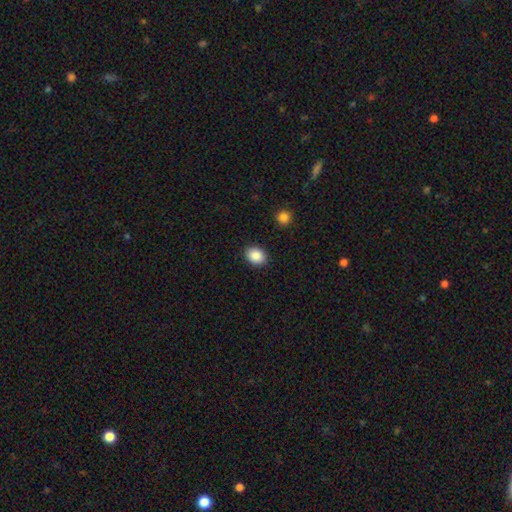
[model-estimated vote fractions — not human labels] Overall: smooth (89%). How rounded: in between (59%; round 40%). Merging: none (89%).